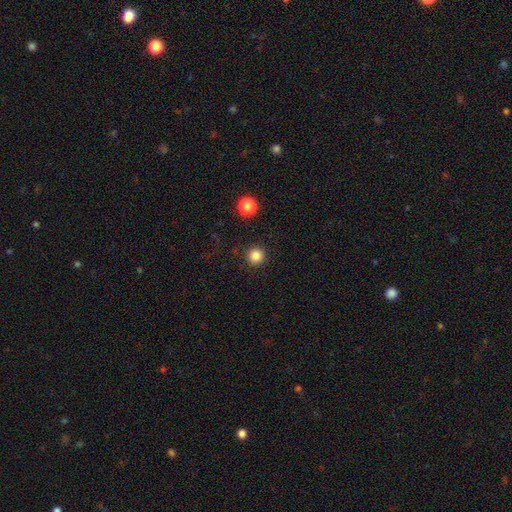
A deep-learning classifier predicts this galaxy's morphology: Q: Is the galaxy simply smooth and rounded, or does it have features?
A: smooth — 85%.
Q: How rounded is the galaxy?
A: round — 96%.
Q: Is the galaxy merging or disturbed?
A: none — 92%.